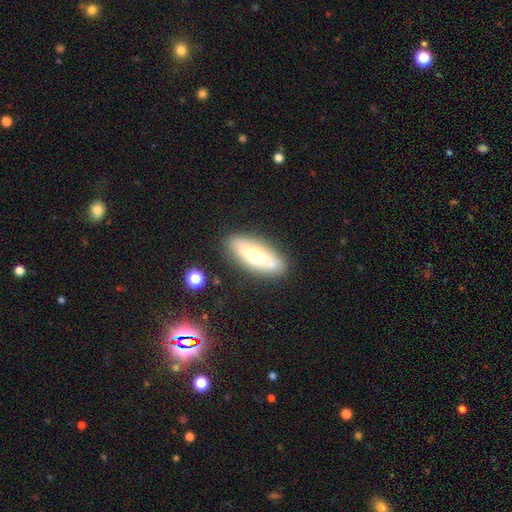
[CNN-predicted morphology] smooth 50%, featured or disk 42%, star or artifact 8%. Down the decision tree: how rounded — in between (76%); merging — none (78%).